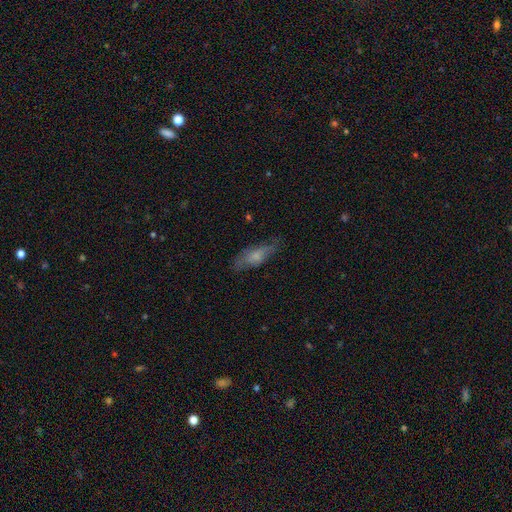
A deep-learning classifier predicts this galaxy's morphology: The model was most divided on "how rounded": in between: 59%, cigar-shaped: 39%, round: 2%. More confident: merging — none (65%); smooth or featured — smooth (62%).